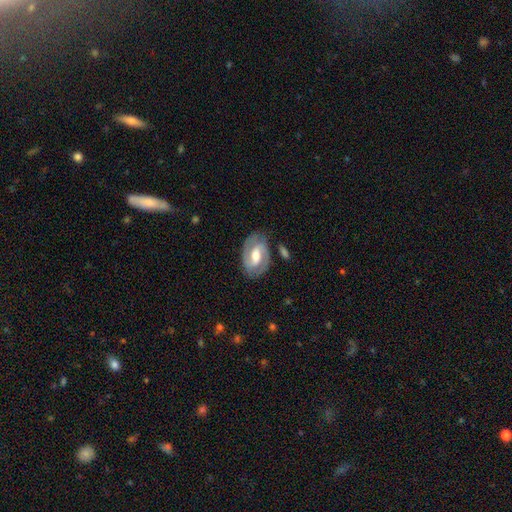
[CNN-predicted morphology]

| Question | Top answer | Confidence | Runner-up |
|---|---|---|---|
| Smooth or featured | featured or disk | 76% | smooth (19%) |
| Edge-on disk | no | 96% | yes (4%) |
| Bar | weak | 47% | strong (32%) |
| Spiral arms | yes | 87% | no (13%) |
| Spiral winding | medium | 46% | tight (40%) |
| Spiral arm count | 2 | 86% | can't tell (7%) |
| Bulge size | moderate | 64% | large (17%) |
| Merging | none | 79% | minor disturbance (14%) |